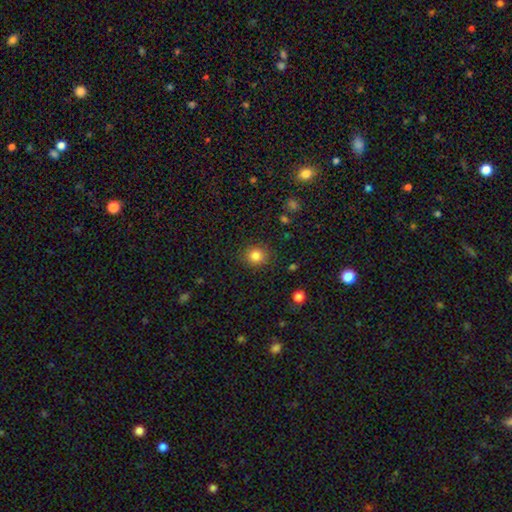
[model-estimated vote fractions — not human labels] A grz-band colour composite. It shows a smooth galaxy with no disk features (84%) that is round (87%). Merging: none (88%).